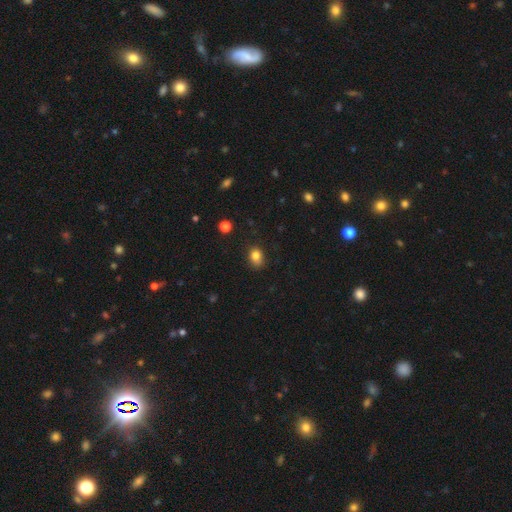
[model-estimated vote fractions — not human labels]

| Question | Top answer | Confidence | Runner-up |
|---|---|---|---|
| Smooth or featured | smooth | 81% | star or artifact (12%) |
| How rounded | in between | 54% | round (45%) |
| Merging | none | 66% | minor disturbance (25%) |